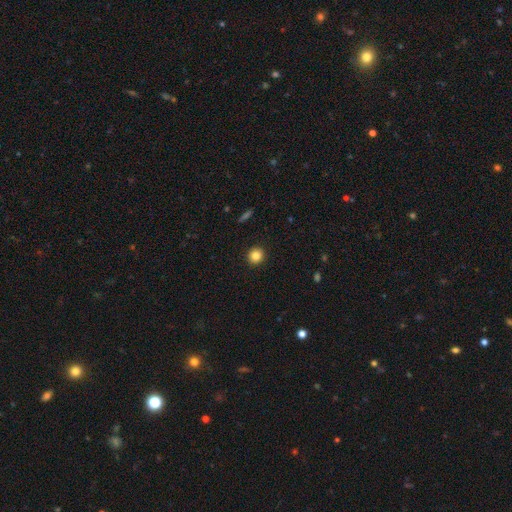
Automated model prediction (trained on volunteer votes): smooth-or-featured: smooth: 84% | star or artifact: 11% | featured or disk: 5%
  how-rounded: round: 93% | in between: 6% | cigar-shaped: 1%
  merging: none: 93% | minor disturbance: 4% | major disturbance: 2% | merger: 1%